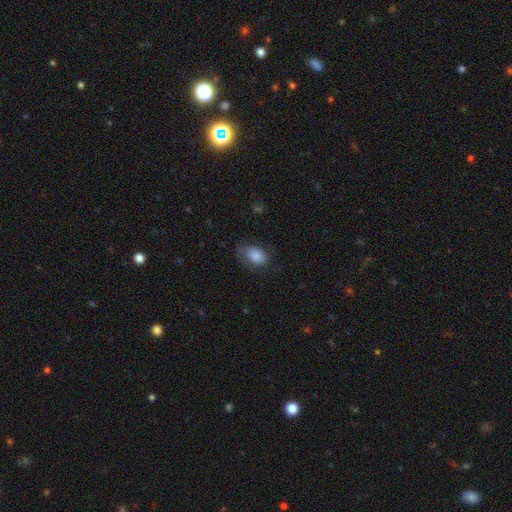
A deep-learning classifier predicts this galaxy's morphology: This is clearly a smooth galaxy (82%). How rounded: clearly in between (81%). Merging: possibly none (56%).